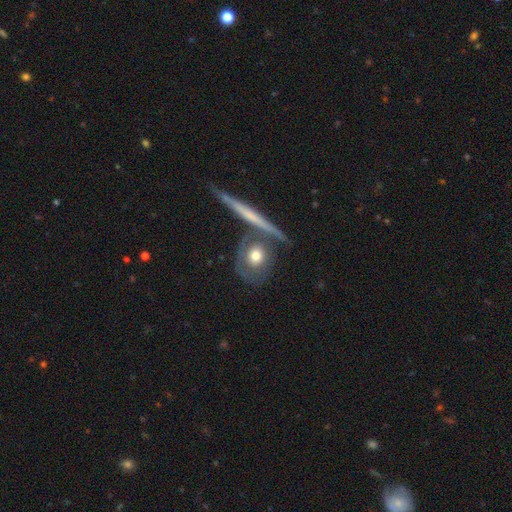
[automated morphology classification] Smooth or featured? Predicted: smooth (p=0.57). How rounded? Predicted: round (p=0.65). Merging? Predicted: none (p=0.60).